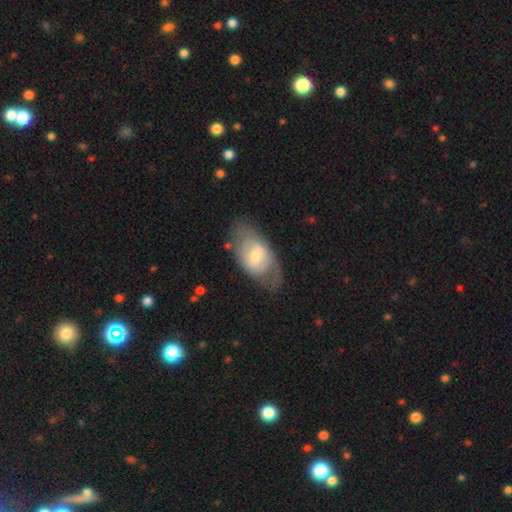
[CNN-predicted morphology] Smooth or featured: featured or disk — 58% (smooth — 36%)
Edge-on disk: no — 92% (yes — 8%)
Bar: no — 44% (weak — 42%)
Spiral arms: yes — 56% (no — 44%)
Bulge size: moderate — 53% (small — 39%)
Merging: none — 64% (minor disturbance — 22%)